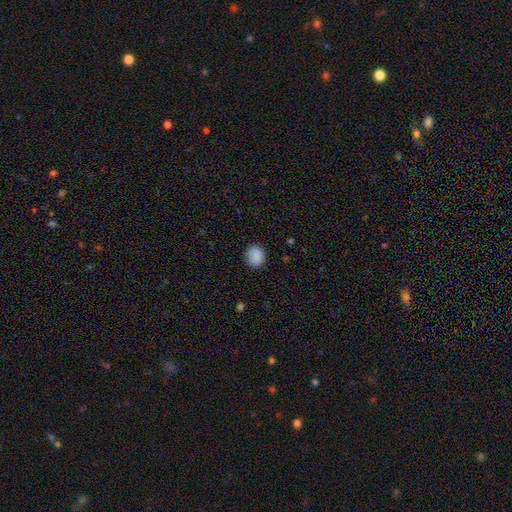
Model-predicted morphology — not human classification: smooth_or_featured: smooth (p=0.87) [alt: star or artifact p=0.08]
how_rounded: round (p=0.72) [alt: in between p=0.27]
merging: none (p=0.84) [alt: minor disturbance p=0.12]